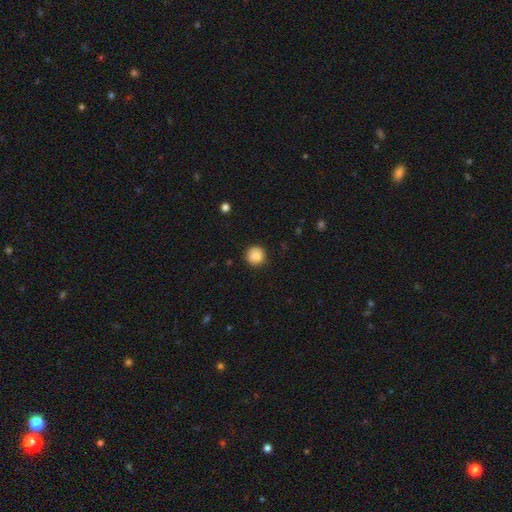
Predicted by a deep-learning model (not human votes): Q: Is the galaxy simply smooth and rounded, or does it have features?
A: smooth — 87%.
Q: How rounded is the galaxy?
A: round — 93%.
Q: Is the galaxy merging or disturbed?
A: none — 87%.